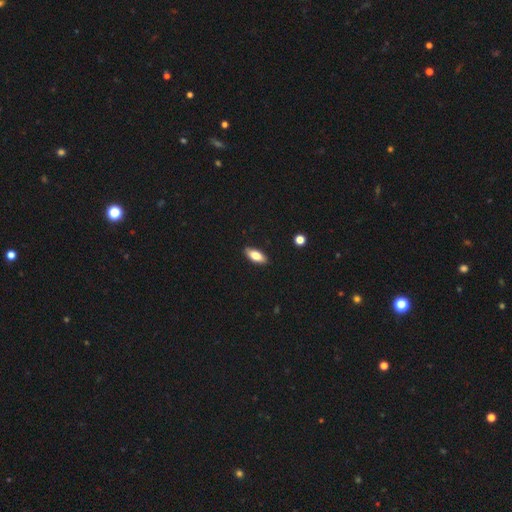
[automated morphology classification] smooth 76%, featured or disk 17%, star or artifact 7%. Down the decision tree: how rounded — in between (81%); merging — none (88%).